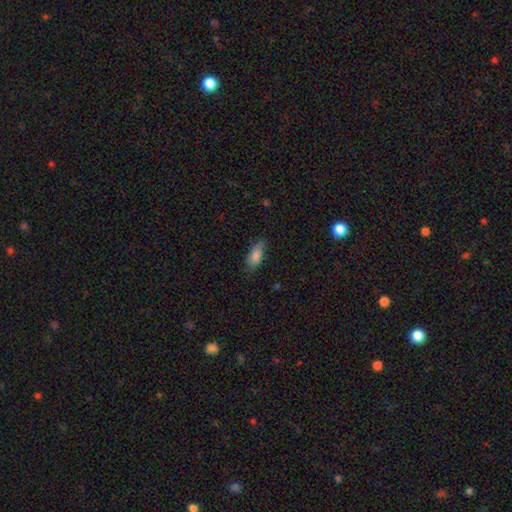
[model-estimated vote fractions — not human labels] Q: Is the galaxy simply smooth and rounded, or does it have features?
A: smooth — 80%.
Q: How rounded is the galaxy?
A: in between — 82%.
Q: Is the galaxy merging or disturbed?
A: none — 68%.